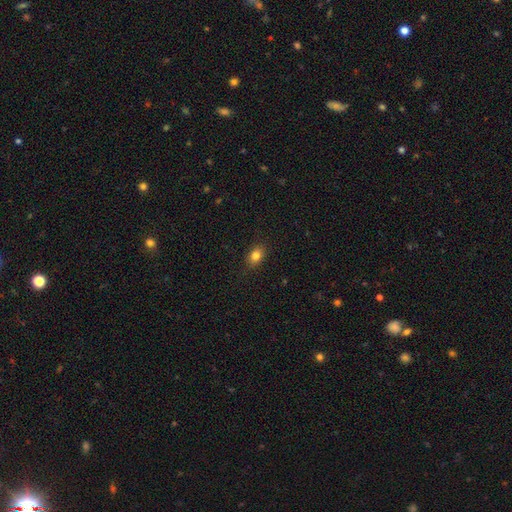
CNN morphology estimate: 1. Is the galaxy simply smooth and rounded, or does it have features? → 82% smooth, 10% star or artifact, 8% featured or disk.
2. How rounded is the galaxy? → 72% in between, 26% round, 2% cigar-shaped.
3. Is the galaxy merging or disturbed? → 86% none, 11% minor disturbance, 2% major disturbance, 1% merger.